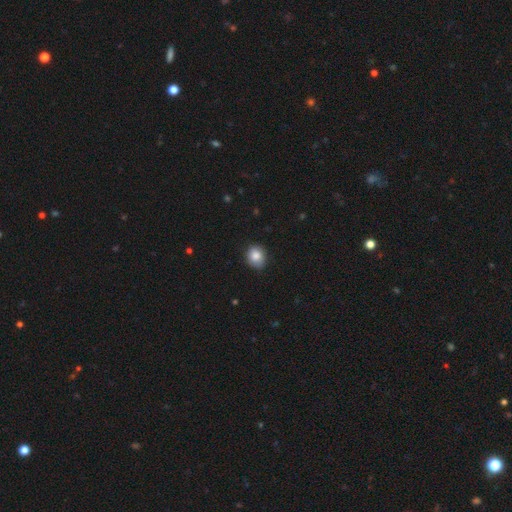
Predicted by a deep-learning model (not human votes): The model was most divided on "how rounded": round: 70%, in between: 29%, cigar-shaped: 1%. More confident: smooth or featured — smooth (84%); merging — none (83%).